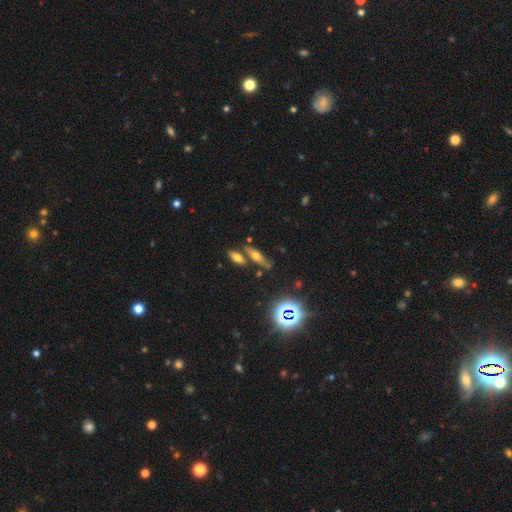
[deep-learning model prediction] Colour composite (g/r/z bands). It shows a smooth galaxy with no disk features (41%). Merging: none (60%).